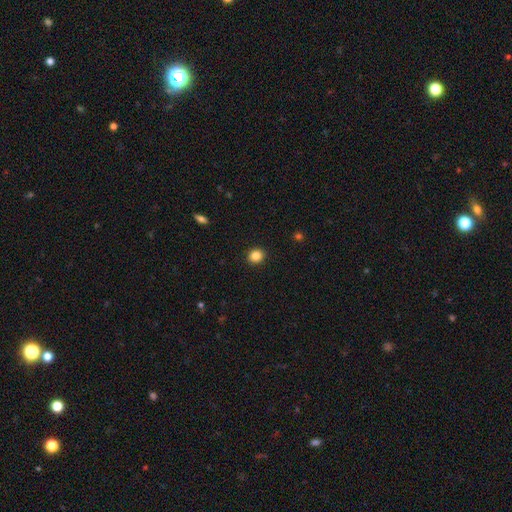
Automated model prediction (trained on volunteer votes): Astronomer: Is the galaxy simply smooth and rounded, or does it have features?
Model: smooth — 86%.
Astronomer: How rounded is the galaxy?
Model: round — 75%.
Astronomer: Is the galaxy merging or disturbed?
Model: none — 92%.